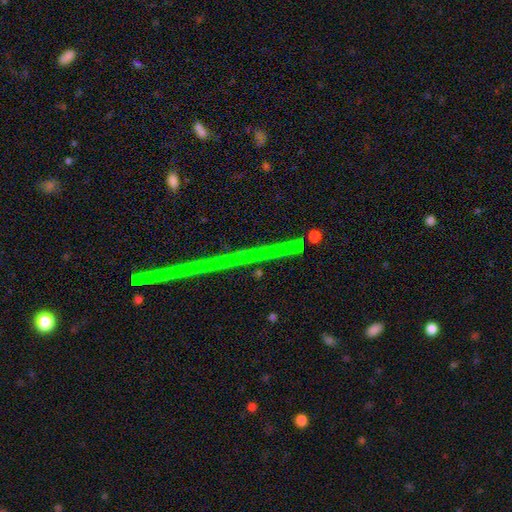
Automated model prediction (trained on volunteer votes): A star or artifact, not a galaxy (79%).

Vote fractions:
- Smooth or featured? star or artifact: 79% / featured or disk: 13% / smooth: 9%